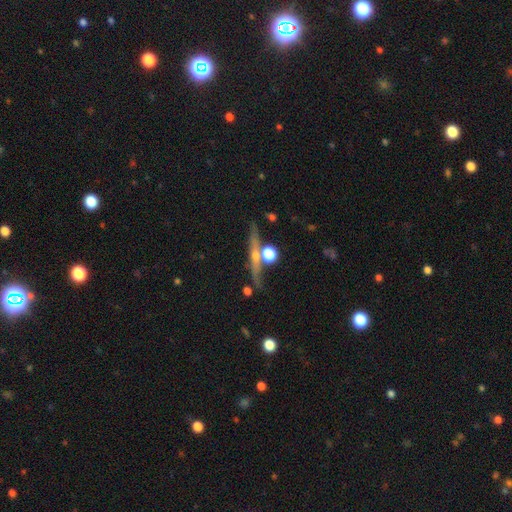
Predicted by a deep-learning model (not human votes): This appears to be a featured or disk galaxy (67%) viewed edge-on (94%) with a rounded central bulge (76%). Merging: none (76%).